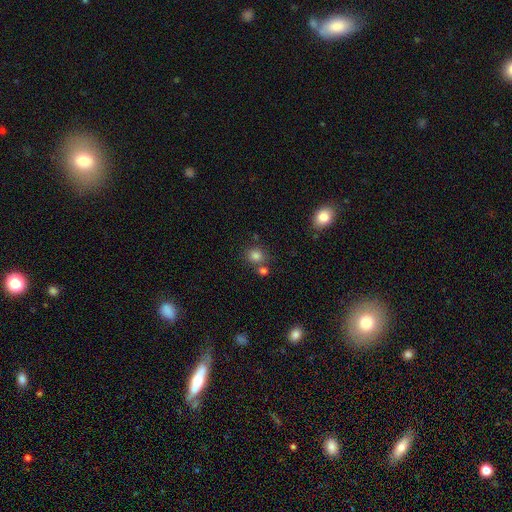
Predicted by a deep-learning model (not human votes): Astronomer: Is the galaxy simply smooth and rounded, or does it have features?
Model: smooth — 81%.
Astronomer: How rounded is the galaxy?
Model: round — 82%.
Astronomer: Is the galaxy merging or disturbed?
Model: none — 69%.